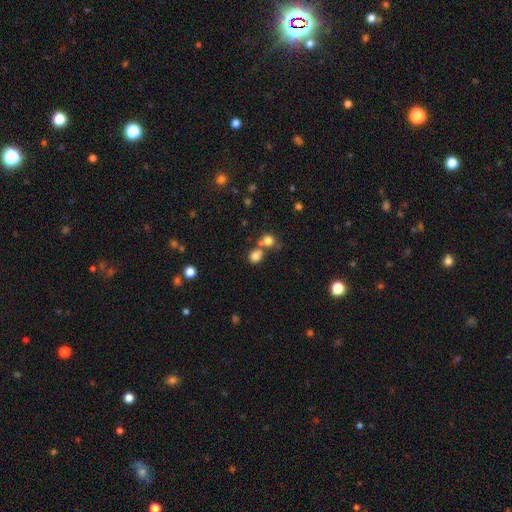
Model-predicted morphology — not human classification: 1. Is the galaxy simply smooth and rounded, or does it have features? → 79% smooth, 13% star or artifact, 8% featured or disk.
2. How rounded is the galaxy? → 78% round, 21% in between, 1% cigar-shaped.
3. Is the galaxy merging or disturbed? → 53% none, 34% merger, 9% minor disturbance, 4% major disturbance.